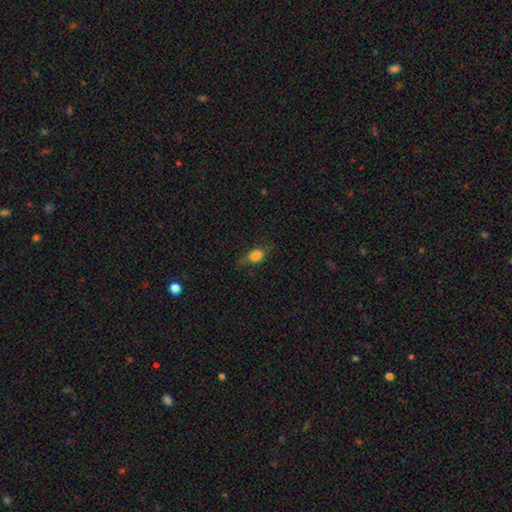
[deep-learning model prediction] smooth-or-featured: smooth: 72% | featured or disk: 17% | star or artifact: 11%
  how-rounded: in between: 73% | round: 19% | cigar-shaped: 8%
  merging: none: 58% | minor disturbance: 27% | major disturbance: 13% | merger: 2%